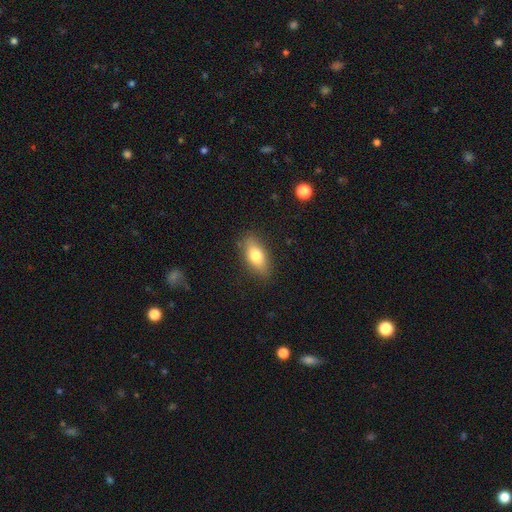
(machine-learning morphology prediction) Overall: smooth (75%). How rounded: in between (83%). Merging: none (85%).